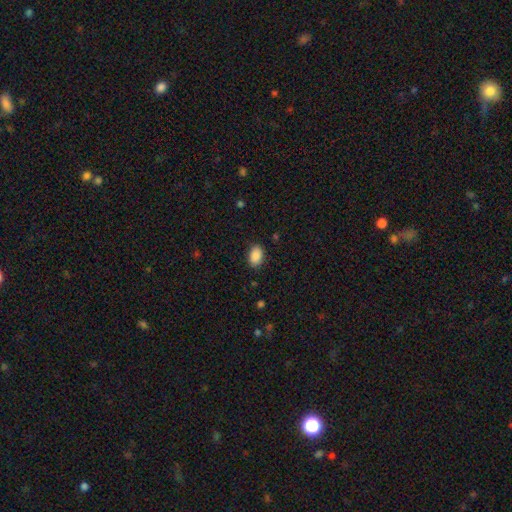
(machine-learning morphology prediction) A smooth galaxy with no disk features (89%) that is in between round and cigar-shaped (89%).

Vote fractions:
- Smooth or featured? smooth: 89% / star or artifact: 7% / featured or disk: 4%
- How rounded? in between: 89% / round: 9% / cigar-shaped: 1%
- Merging? none: 86% / minor disturbance: 10% / major disturbance: 2% / merger: 1%